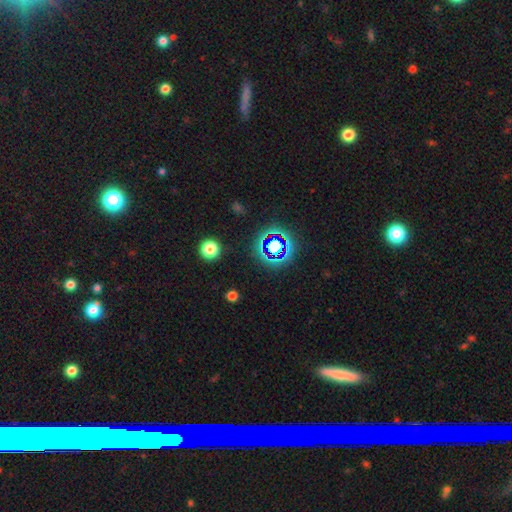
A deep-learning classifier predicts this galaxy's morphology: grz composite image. It shows a star or artifact, not a galaxy (65%).